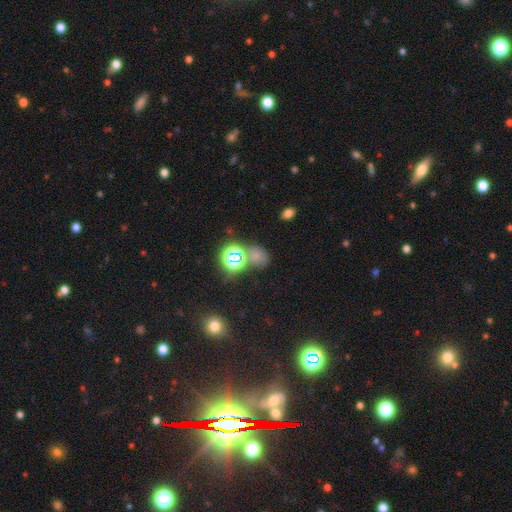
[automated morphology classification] smooth-or-featured: smooth: 47% | star or artifact: 43% | featured or disk: 9%
  merging: none: 57% | merger: 19% | minor disturbance: 16% | major disturbance: 9%